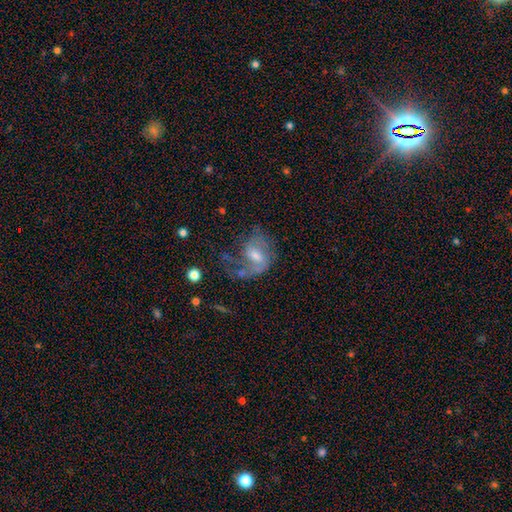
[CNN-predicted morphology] This is likely a featured or disk galaxy (66%). It is clearly not viewed edge-on (97%). Bar: possibly weak (50%). Spiral arm pattern: likely yes (77%). Central bulge: possibly moderate (51%). Merging: marginally major disturbance (42%).